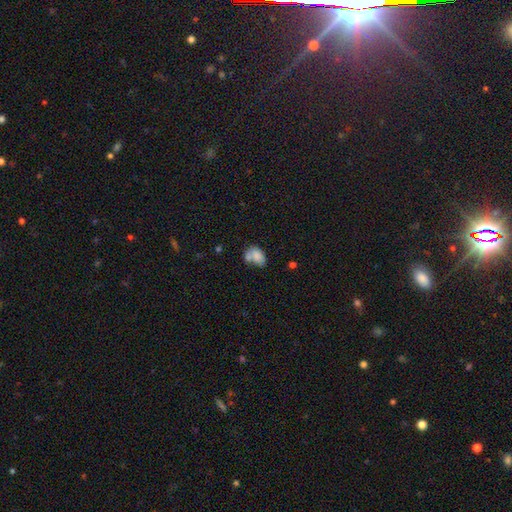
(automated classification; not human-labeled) smooth 77%, featured or disk 14%, star or artifact 9%. Down the decision tree: how rounded — in between (81%); merging — merger (40%).